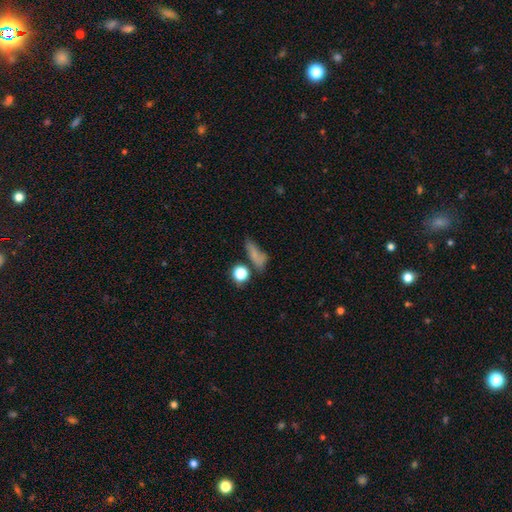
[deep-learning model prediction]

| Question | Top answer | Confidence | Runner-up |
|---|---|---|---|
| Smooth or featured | smooth | 69% | star or artifact (17%) |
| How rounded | in between | 46% | cigar-shaped (35%) |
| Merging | none | 49% | minor disturbance (22%) |